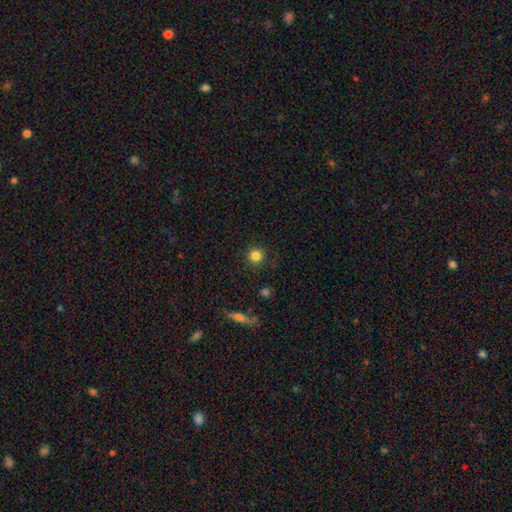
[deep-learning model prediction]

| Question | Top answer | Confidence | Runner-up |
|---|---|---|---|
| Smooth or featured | smooth | 83% | star or artifact (12%) |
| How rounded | round | 94% | in between (5%) |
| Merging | none | 90% | minor disturbance (6%) |